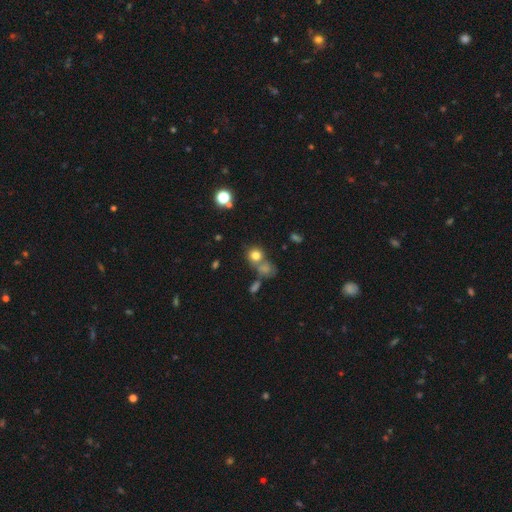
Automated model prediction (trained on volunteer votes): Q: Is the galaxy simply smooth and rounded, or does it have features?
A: smooth — 76%.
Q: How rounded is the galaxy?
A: round — 82%.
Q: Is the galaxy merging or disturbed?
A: none — 50%.